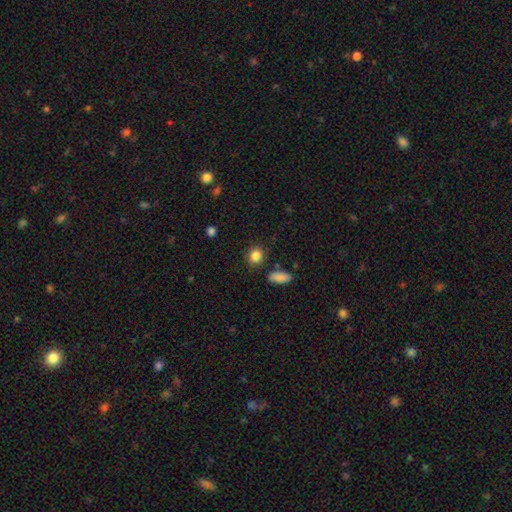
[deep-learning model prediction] Smooth or featured?
  - smooth: 86% *
  - star or artifact: 9%
  - featured or disk: 4%
How rounded?
  - round: 75% *
  - in between: 24%
  - cigar-shaped: 1%
Merging?
  - none: 85% *
  - minor disturbance: 9%
  - merger: 3%
  - major disturbance: 3%